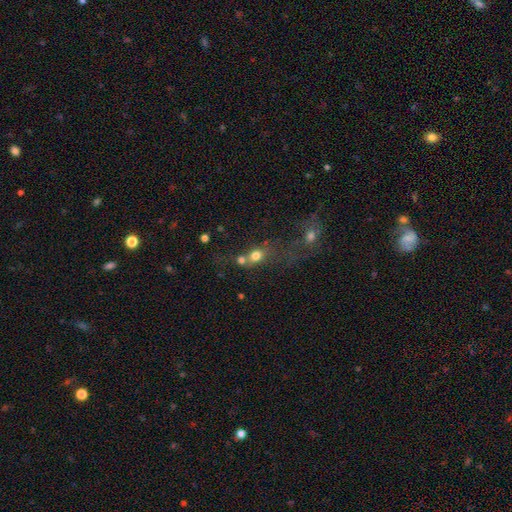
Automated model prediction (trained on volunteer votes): smooth 71%, star or artifact 15%, featured or disk 14%. Down the decision tree: how rounded — round (64%); merging — merger (51%).